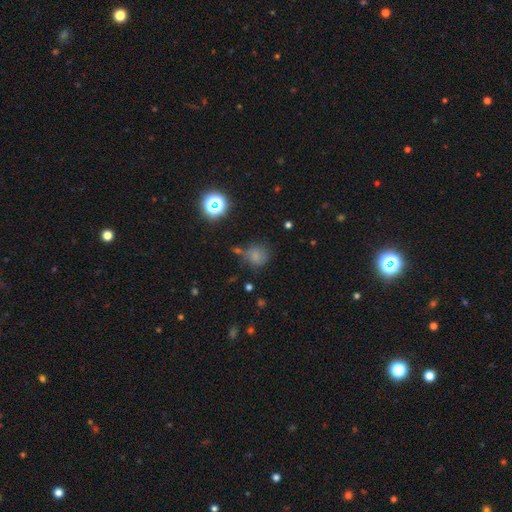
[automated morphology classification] Overall: smooth (72%). How rounded: round (85%). Merging: none (62%).